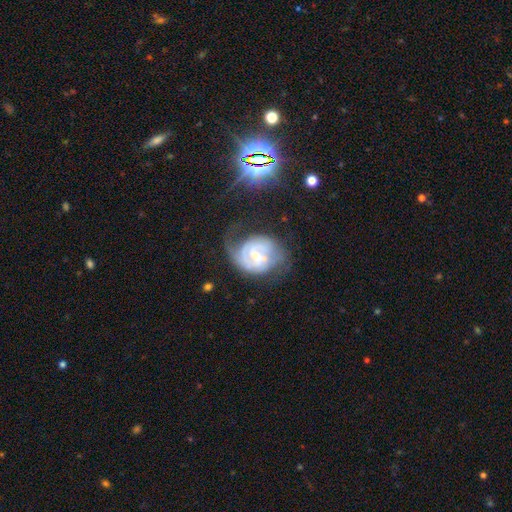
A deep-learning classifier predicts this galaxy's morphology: Smooth or featured?
  - featured or disk: 78% *
  - smooth: 16%
  - star or artifact: 6%
Edge-on disk?
  - no: 97% *
  - yes: 3%
Bar?
  - weak: 48% *
  - no: 38%
  - strong: 14%
Spiral arms?
  - yes: 84% *
  - no: 16%
Spiral winding?
  - tight: 42% *
  - medium: 39%
  - loose: 18%
Spiral arm count?
  - 2: 54% *
  - can't tell: 25%
  - 1: 9%
  - 3: 7%
  - 4: 2%
  - more than 4: 2%
Bulge size?
  - small: 56% *
  - moderate: 38%
  - large: 2%
  - none: 2%
  - dominant: 1%
Merging?
  - none: 40% *
  - major disturbance: 27%
  - minor disturbance: 23%
  - merger: 9%